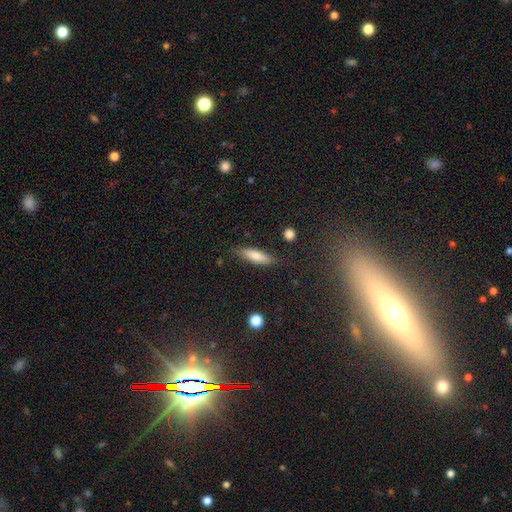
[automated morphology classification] Smooth or featured?
  - smooth: 69% *
  - featured or disk: 23%
  - star or artifact: 8%
How rounded?
  - cigar-shaped: 64% *
  - in between: 33%
  - round: 2%
Merging?
  - none: 85% *
  - minor disturbance: 11%
  - major disturbance: 2%
  - merger: 2%